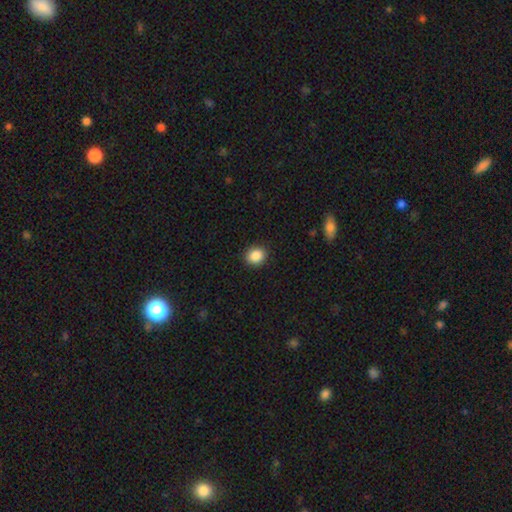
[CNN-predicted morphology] Smooth or featured? Predicted: smooth (p=0.87). How rounded? Predicted: round (p=0.73). Merging? Predicted: none (p=0.90).